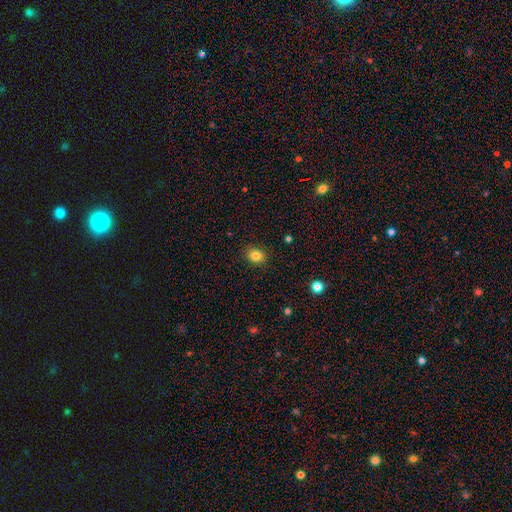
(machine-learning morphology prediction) Overall: smooth (83%). How rounded: round (65%; in between 34%). Merging: none (89%).